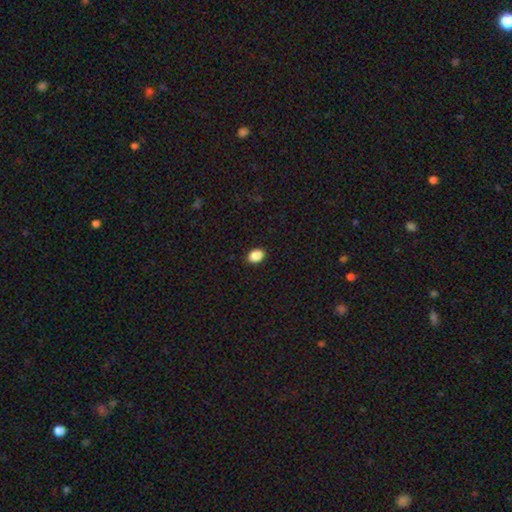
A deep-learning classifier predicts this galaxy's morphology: This appears to be a smooth galaxy with no disk features (89%) that is in between round and cigar-shaped (74%). Merging: none (91%).